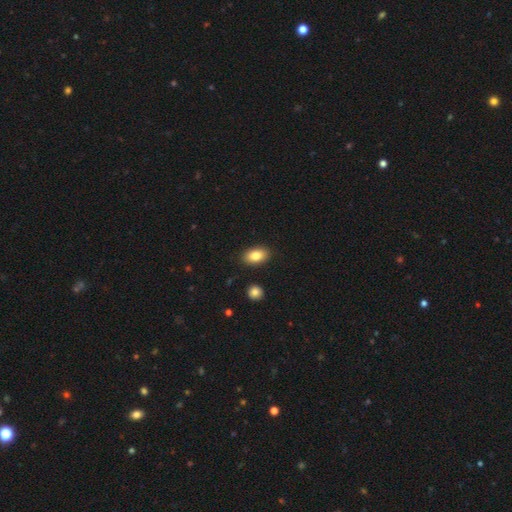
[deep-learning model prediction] The model was most divided on "smooth or featured": smooth: 84%, featured or disk: 8%, star or artifact: 7%. More confident: how rounded — in between (91%); merging — none (88%).